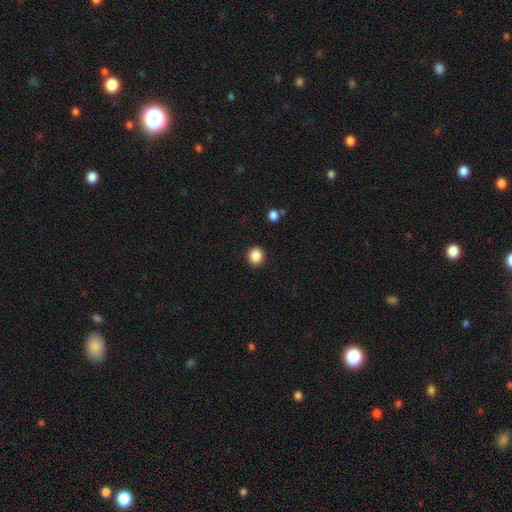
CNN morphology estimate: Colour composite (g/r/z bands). It shows a smooth galaxy with no disk features (87%) that is round (85%). Merging: none (91%).